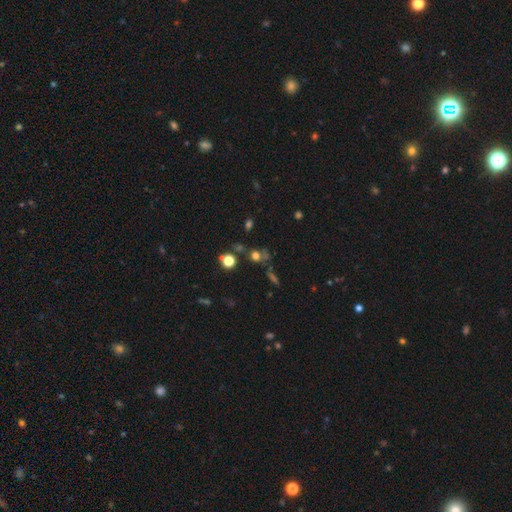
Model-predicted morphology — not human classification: This is possibly a smooth galaxy (59%). How rounded: likely round (74%). Merging: possibly none (55%).